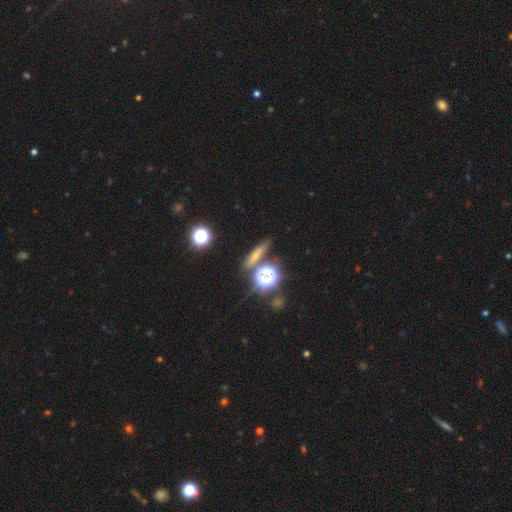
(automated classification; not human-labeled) Smooth or featured: smooth — 50% (star or artifact — 26%)
How rounded: cigar-shaped — 57% (round — 25%)
Merging: none — 78% (minor disturbance — 10%)